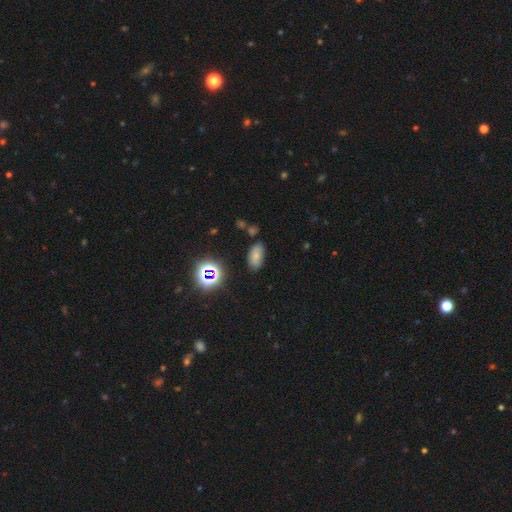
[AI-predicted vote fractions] Overall: smooth (70%). How rounded: in between (91%). Merging: none (77%).